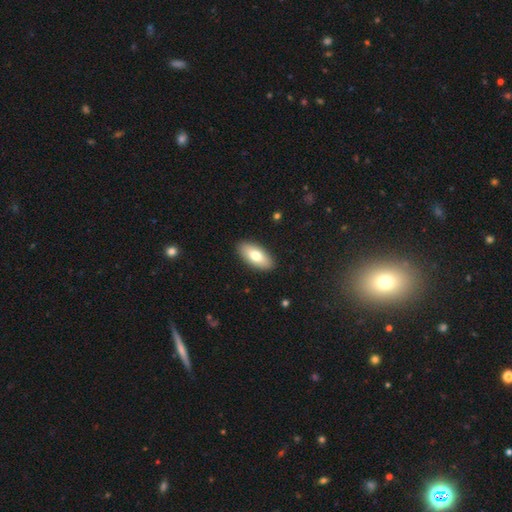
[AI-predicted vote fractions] The model was most divided on "smooth or featured": smooth: 76%, featured or disk: 18%, star or artifact: 6%. More confident: how rounded — in between (91%); merging — none (90%).